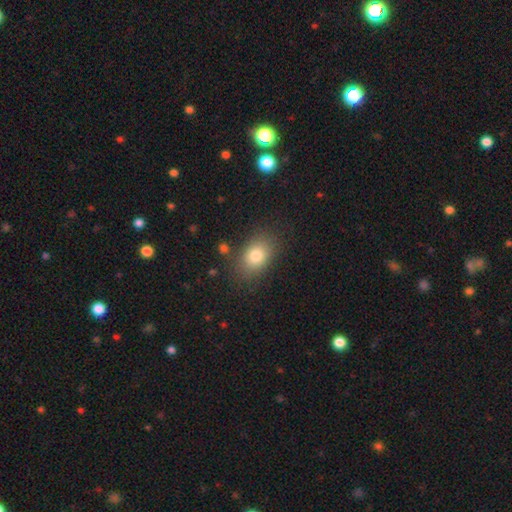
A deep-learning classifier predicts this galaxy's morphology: Smooth or featured? smooth (79%)
How rounded? in between (75%)
Merging? none (81%)